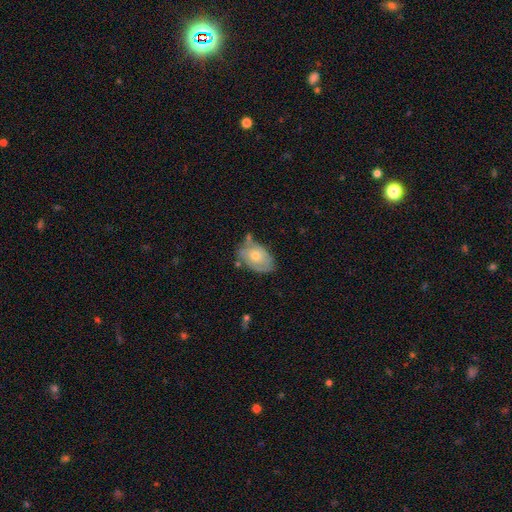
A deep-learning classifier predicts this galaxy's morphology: This appears to be a smooth galaxy with no disk features (47%). Merging: none (53%).